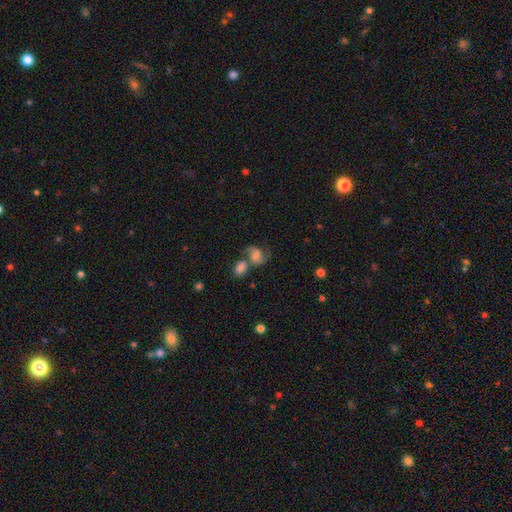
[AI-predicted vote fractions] Smooth or featured: featured or disk — 65% (smooth — 25%)
Edge-on disk: no — 97% (yes — 3%)
Bar: no — 54% (weak — 37%)
Spiral arms: yes — 92% (no — 8%)
Spiral winding: medium — 50% (loose — 36%)
Spiral arm count: 2 — 87% (can't tell — 5%)
Bulge size: moderate — 42% (small — 24%)
Merging: none — 39% (tied with merger — 39%)